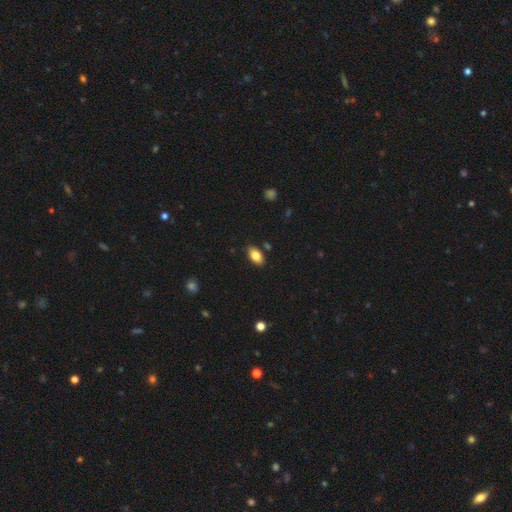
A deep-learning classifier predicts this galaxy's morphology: Overall: smooth (83%). How rounded: in between (92%). Merging: none (85%).